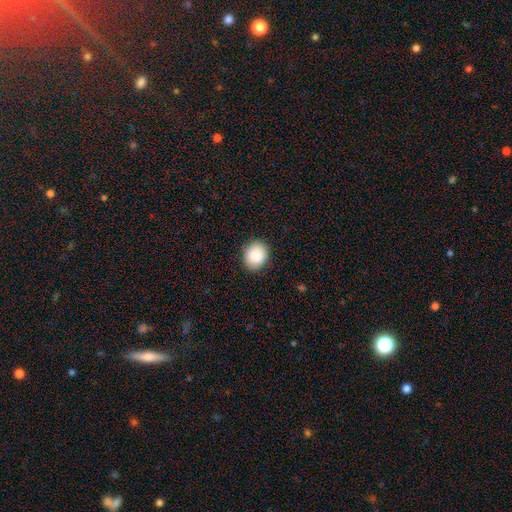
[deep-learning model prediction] This appears to be a smooth galaxy with no disk features (86%) that is round (64%). Merging: none (88%).